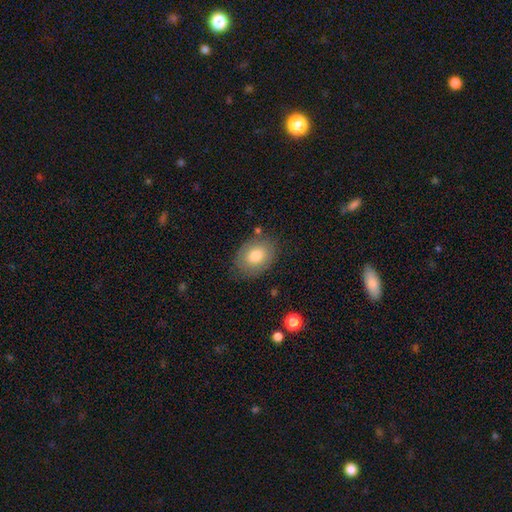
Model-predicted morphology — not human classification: Smooth or featured? smooth (75%)
How rounded? in between (66%)
Merging? none (76%)